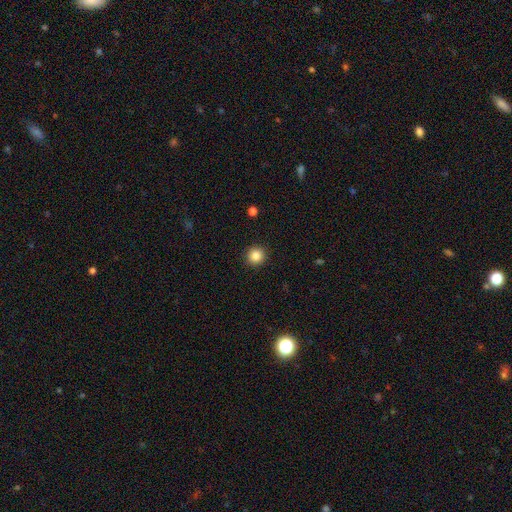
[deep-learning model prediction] Smooth or featured?
  - smooth: 86% *
  - star or artifact: 10%
  - featured or disk: 4%
How rounded?
  - round: 94% *
  - in between: 5%
  - cigar-shaped: 1%
Merging?
  - none: 92% *
  - minor disturbance: 5%
  - major disturbance: 2%
  - merger: 1%